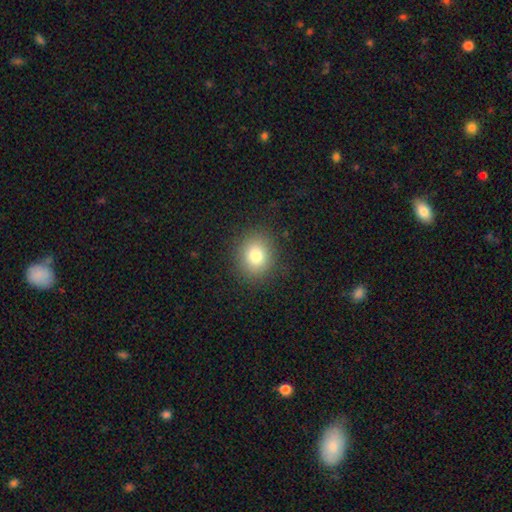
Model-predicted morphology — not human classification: Smooth or featured: smooth — 80% (star or artifact — 11%)
How rounded: round — 75% (in between — 24%)
Merging: none — 88% (minor disturbance — 8%)